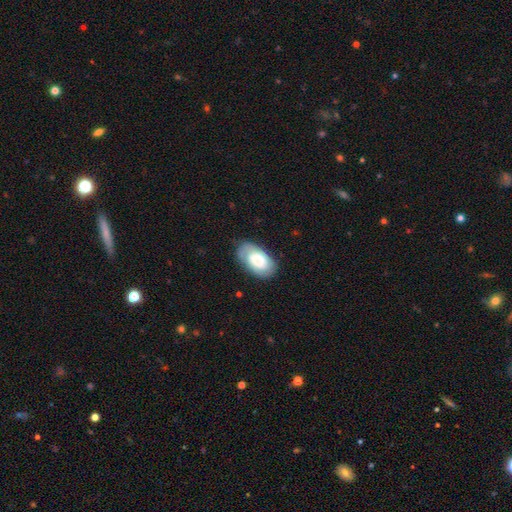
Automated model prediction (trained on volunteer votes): Q: Smooth or featured?
A: smooth (61%); runner-up: featured or disk (32%)
Q: How rounded?
A: in between (94%); runner-up: round (4%)
Q: Merging?
A: none (71%); runner-up: minor disturbance (21%)